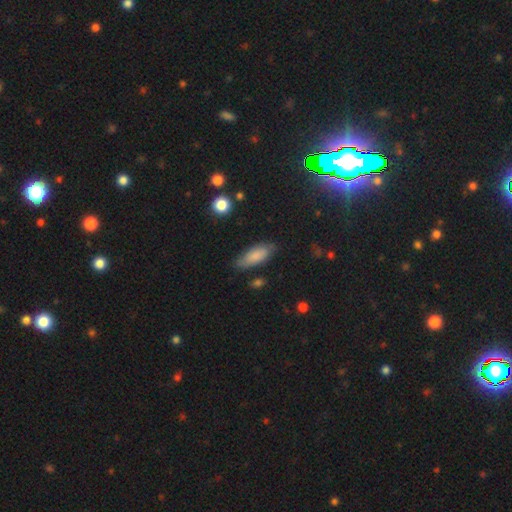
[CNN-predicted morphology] The model was most divided on "how rounded": in between: 74%, cigar-shaped: 24%, round: 2%. More confident: smooth or featured — smooth (80%); merging — none (76%).